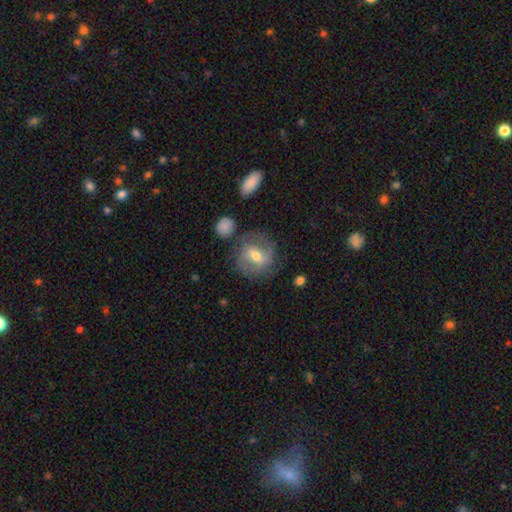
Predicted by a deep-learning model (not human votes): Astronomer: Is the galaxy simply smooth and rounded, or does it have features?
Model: featured or disk — 54% (runner-up: smooth, 38%).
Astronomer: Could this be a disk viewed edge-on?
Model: no — 95%.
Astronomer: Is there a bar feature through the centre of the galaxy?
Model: weak — 45% (runner-up: no, 28%).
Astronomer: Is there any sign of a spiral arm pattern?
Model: yes — 71%.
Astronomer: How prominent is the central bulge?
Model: moderate — 65%.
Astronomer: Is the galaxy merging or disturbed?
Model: none — 70%.